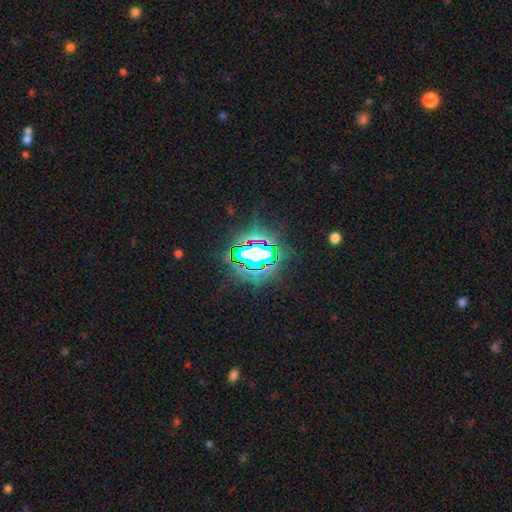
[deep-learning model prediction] Q: Smooth or featured?
A: star or artifact (77%); runner-up: smooth (12%)